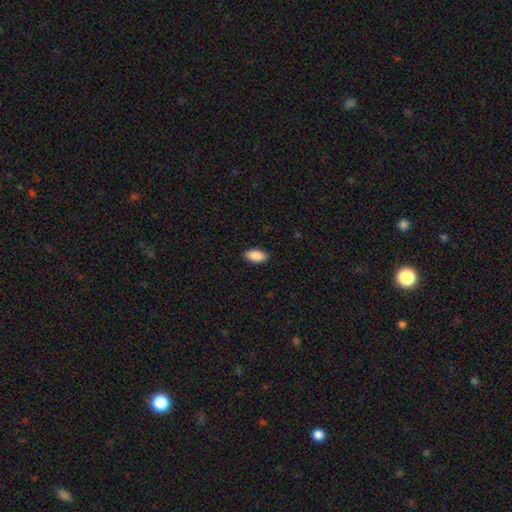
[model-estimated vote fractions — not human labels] This is clearly a smooth galaxy (90%). How rounded: clearly in between (92%). Merging: clearly none (88%).